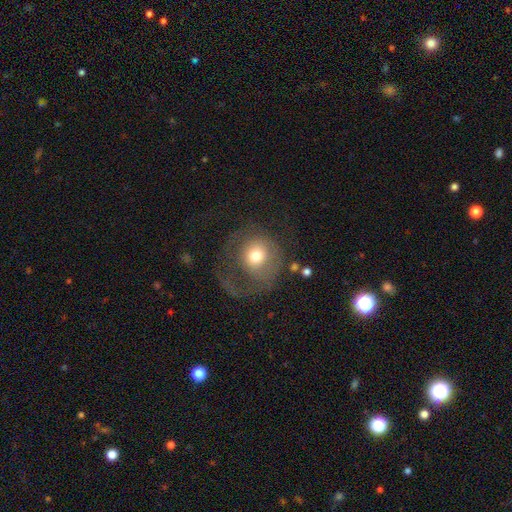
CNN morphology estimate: smooth 55%, featured or disk 36%, star or artifact 9%. Down the decision tree: how rounded — round (83%); merging — major disturbance (44%).